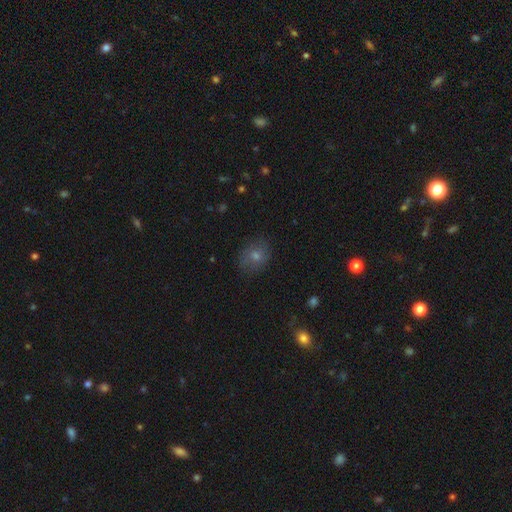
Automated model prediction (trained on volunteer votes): A smooth galaxy with no disk features (59%) that is round (63%).

Vote fractions:
- Smooth or featured? smooth: 59% / star or artifact: 21% / featured or disk: 20%
- How rounded? round: 63% / in between: 36% / cigar-shaped: 1%
- Merging? none: 79% / minor disturbance: 15% / major disturbance: 5% / merger: 1%